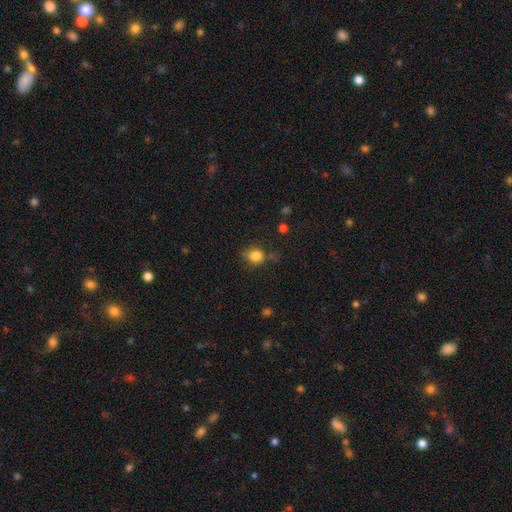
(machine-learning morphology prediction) This is clearly a smooth galaxy (81%). How rounded: likely round (67%). Merging: likely none (62%).